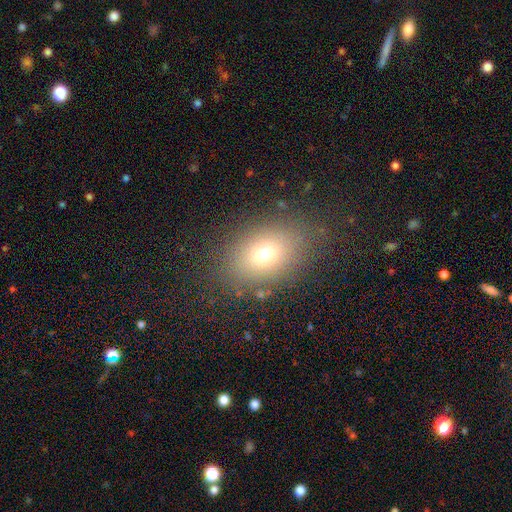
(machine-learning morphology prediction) A smooth galaxy with no disk features (65%) that is in between round and cigar-shaped (75%). Merging: none (86%).